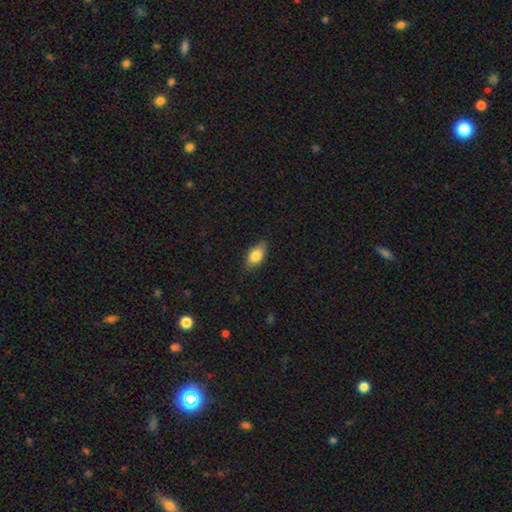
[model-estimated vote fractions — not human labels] Q: Smooth or featured?
A: smooth (82%); runner-up: featured or disk (11%)
Q: How rounded?
A: in between (90%); runner-up: round (6%)
Q: Merging?
A: none (81%); runner-up: minor disturbance (16%)